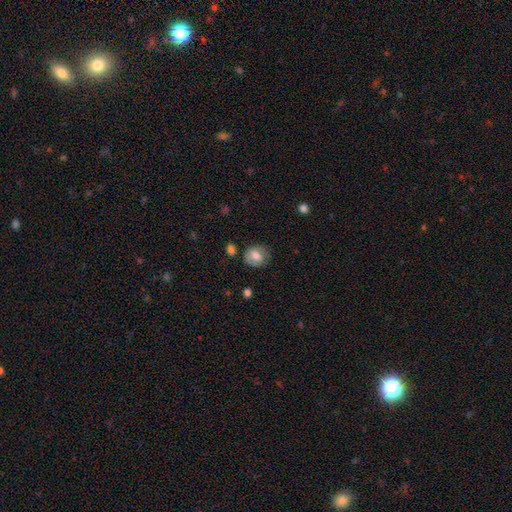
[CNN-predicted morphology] This is likely a smooth galaxy (69%). How rounded: likely round (66%). Merging: likely none (68%).